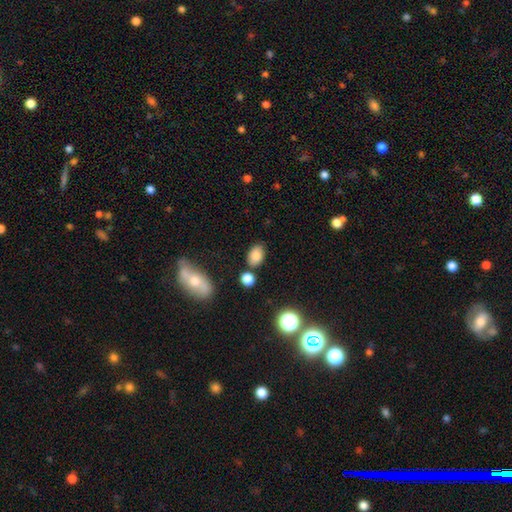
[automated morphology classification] A smooth galaxy with no disk features (82%) that is in between round and cigar-shaped (82%). Merging: none (75%).